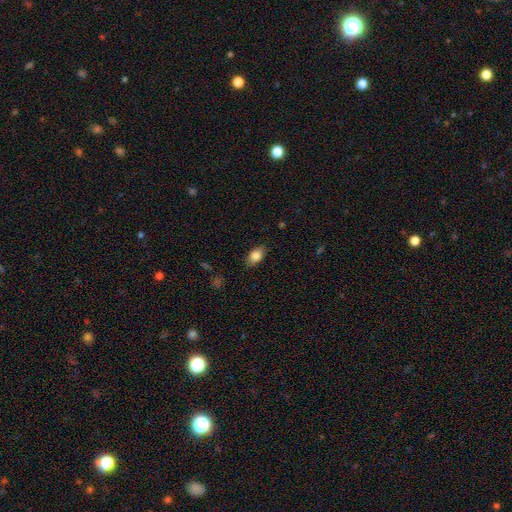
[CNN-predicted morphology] smooth-or-featured: smooth: 83% | featured or disk: 10% | star or artifact: 8%
  how-rounded: in between: 87% | round: 10% | cigar-shaped: 4%
  merging: none: 83% | minor disturbance: 13% | major disturbance: 3% | merger: 1%